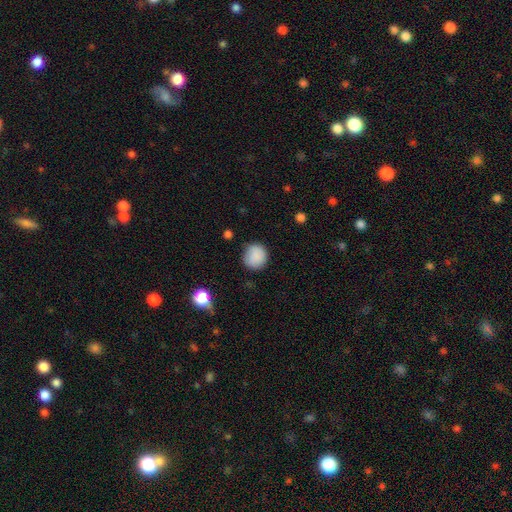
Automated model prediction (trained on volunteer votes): This appears to be a smooth galaxy with no disk features (88%) that is round (88%). Merging: none (81%).